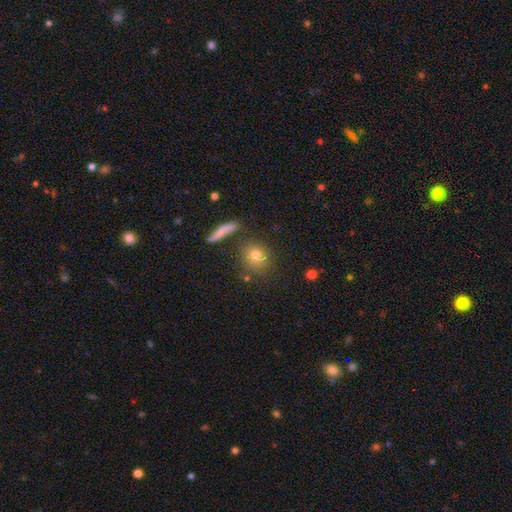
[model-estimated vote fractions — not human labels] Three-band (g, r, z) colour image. It shows a smooth galaxy with no disk features (76%) that is round (79%). Merging: none (75%).